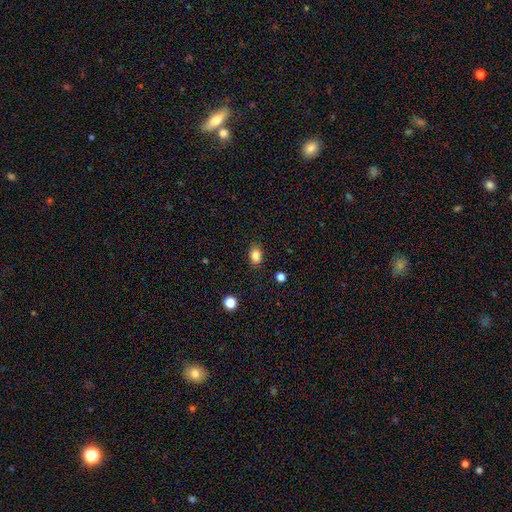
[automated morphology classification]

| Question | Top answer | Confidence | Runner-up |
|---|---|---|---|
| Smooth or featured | smooth | 84% | star or artifact (11%) |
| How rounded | in between | 72% | round (26%) |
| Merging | none | 86% | minor disturbance (10%) |